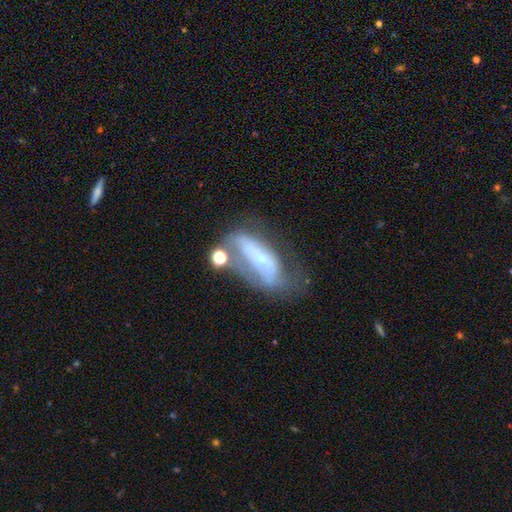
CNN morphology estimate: Smooth or featured?
  - featured or disk: 55% *
  - smooth: 36%
  - star or artifact: 9%
Edge-on disk?
  - no: 82% *
  - yes: 18%
Merging?
  - none: 29% *
  - major disturbance: 27%
  - minor disturbance: 24%
  - merger: 20%